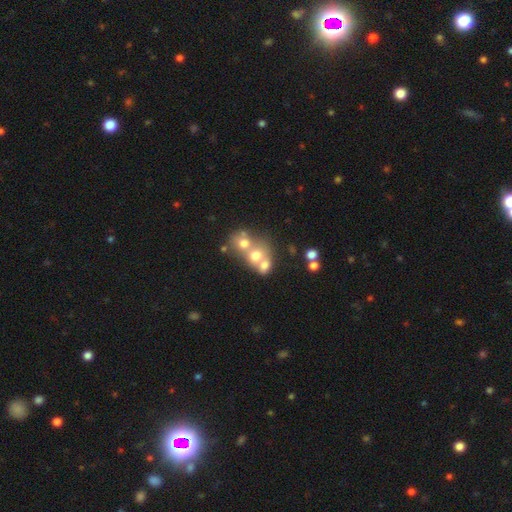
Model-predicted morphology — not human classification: Overall: smooth (62%; featured or disk 25%). How rounded: round (65%; in between 34%). Merging: merger (64%; none 26%).